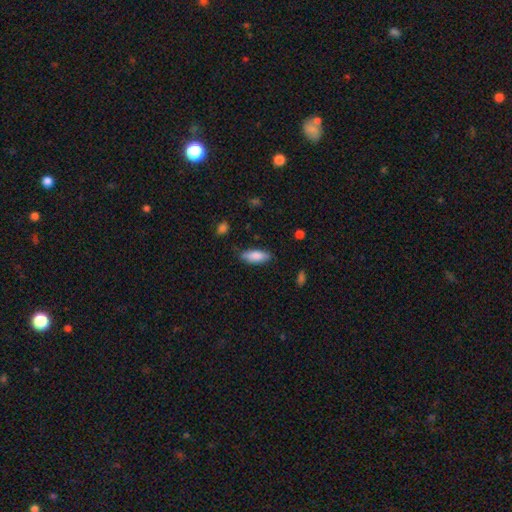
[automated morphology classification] smooth 84%, featured or disk 9%, star or artifact 6%. Down the decision tree: how rounded — in between (70%); merging — none (81%).